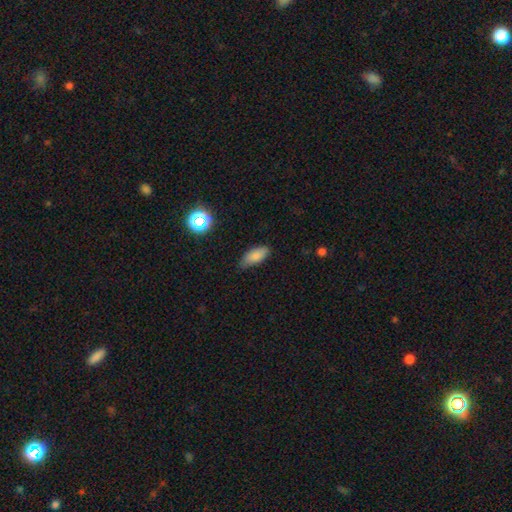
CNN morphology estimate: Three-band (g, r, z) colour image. It shows a smooth galaxy with no disk features (83%) that is in between round and cigar-shaped (83%). Merging: none (74%).